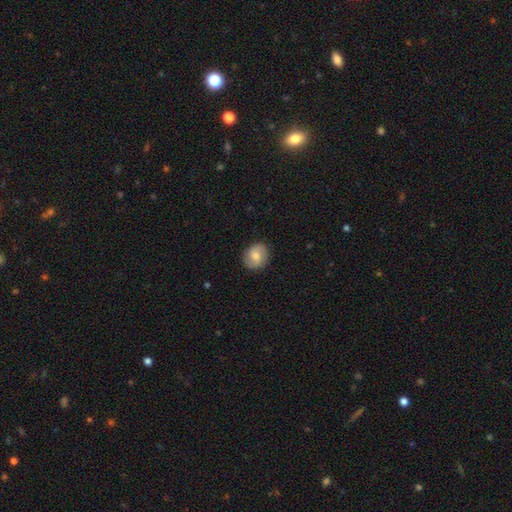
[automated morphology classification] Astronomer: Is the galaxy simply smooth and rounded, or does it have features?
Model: smooth — 53% (runner-up: featured or disk, 40%).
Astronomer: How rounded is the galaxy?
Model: round — 75%.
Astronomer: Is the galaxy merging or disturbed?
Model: none — 86%.